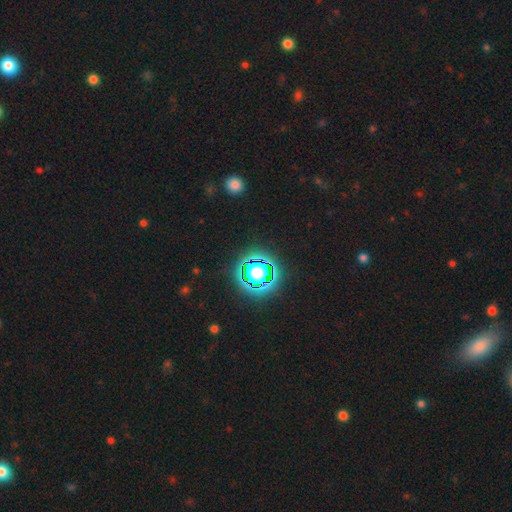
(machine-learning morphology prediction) This is clearly a star or artifact rather than a galaxy (80%).